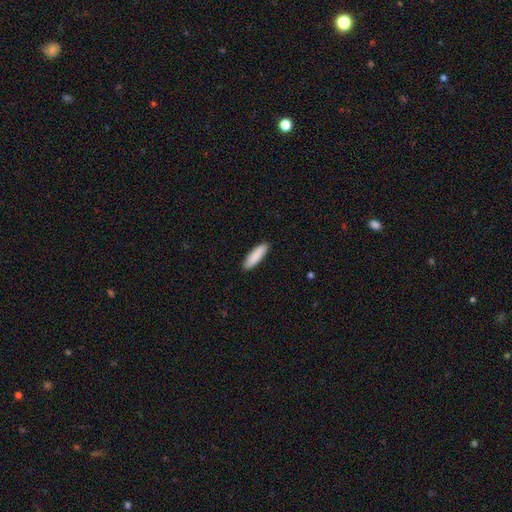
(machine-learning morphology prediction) smooth-or-featured: smooth: 89% | featured or disk: 6% | star or artifact: 5%
  how-rounded: cigar-shaped: 66% | in between: 33% | round: 1%
  merging: none: 91% | minor disturbance: 6% | major disturbance: 1% | merger: 1%